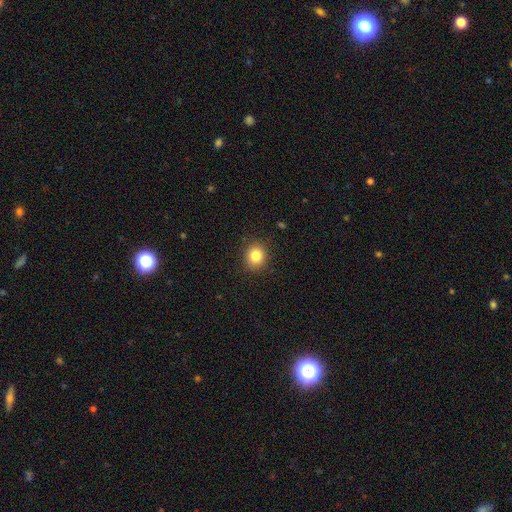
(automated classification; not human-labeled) smooth_or_featured: smooth (p=0.83) [alt: star or artifact p=0.10]
how_rounded: round (p=0.73) [alt: in between p=0.26]
merging: none (p=0.89) [alt: minor disturbance p=0.08]